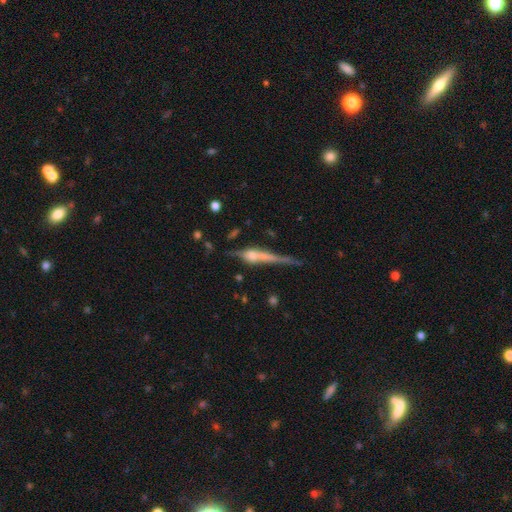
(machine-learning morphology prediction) Smooth or featured?
  - featured or disk: 64% *
  - smooth: 26%
  - star or artifact: 9%
Edge-on disk?
  - yes: 92% *
  - no: 8%
Edge-on bulge?
  - rounded: 63% *
  - boxy: 19%
  - none: 18%
Merging?
  - none: 54% *
  - minor disturbance: 20%
  - merger: 14%
  - major disturbance: 11%